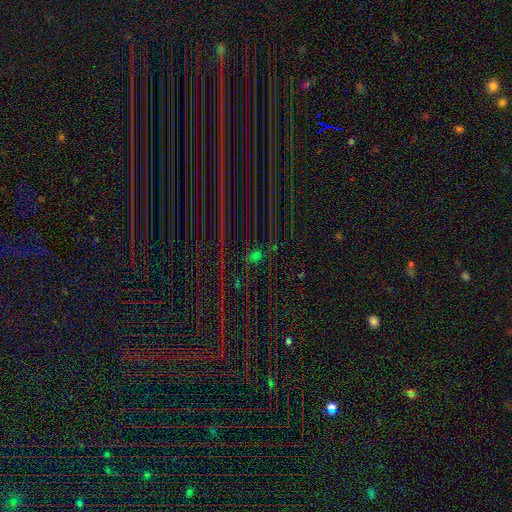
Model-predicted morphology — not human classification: Smooth or featured?
  - star or artifact: 72% *
  - smooth: 17%
  - featured or disk: 11%